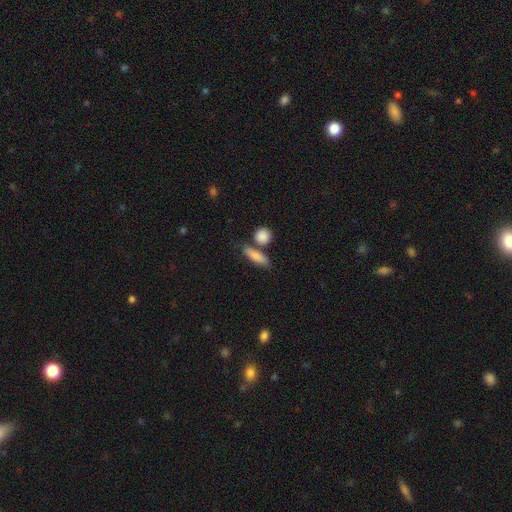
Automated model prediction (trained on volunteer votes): Morphology: type=smooth (82%); roundness=cigar-shaped (48%); merging=none (66%).